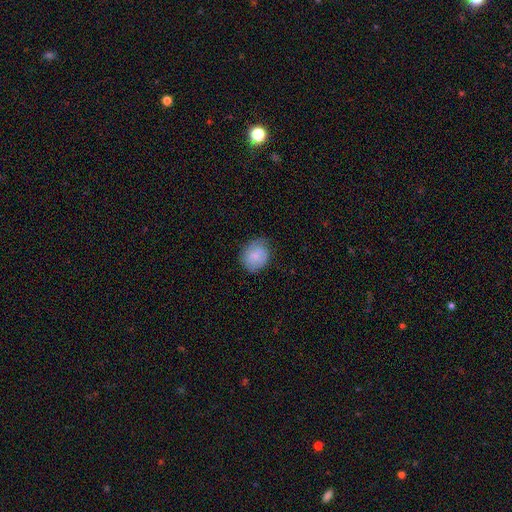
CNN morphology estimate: The model was most divided on "how rounded": round: 63%, in between: 36%, cigar-shaped: 1%. More confident: smooth or featured — smooth (77%); merging — none (68%).